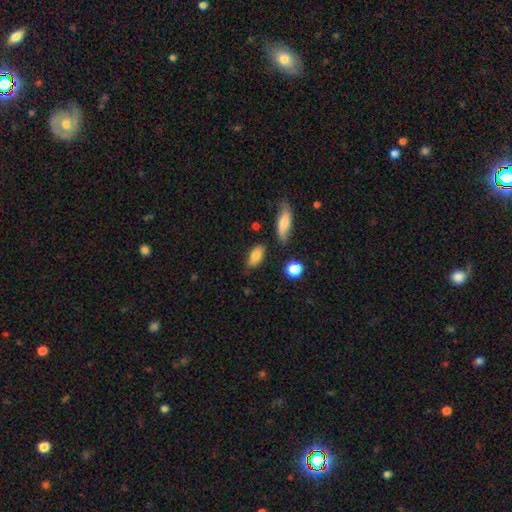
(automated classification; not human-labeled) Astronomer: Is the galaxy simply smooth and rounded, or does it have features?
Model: smooth — 83%.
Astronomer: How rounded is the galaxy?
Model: in between — 86%.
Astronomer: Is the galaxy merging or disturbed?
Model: none — 78%.